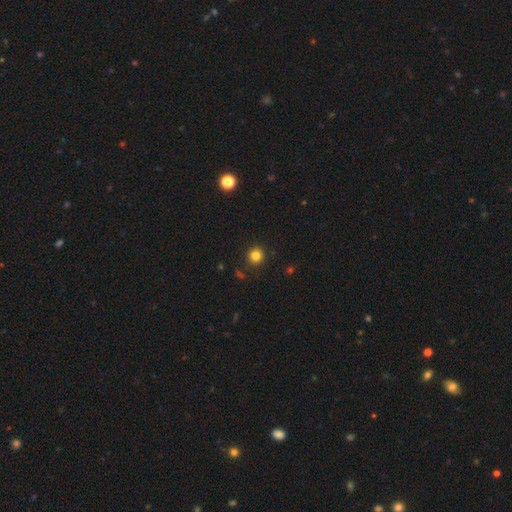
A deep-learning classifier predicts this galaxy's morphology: This appears to be a smooth galaxy with no disk features (82%) that is round (94%). Merging: none (91%).